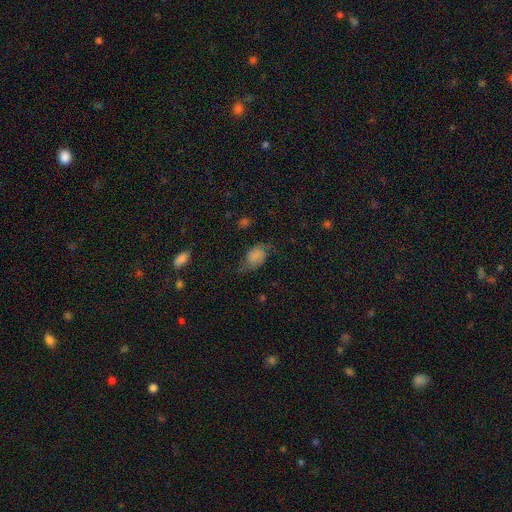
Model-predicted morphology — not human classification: type=smooth (55%); roundness=in between (80%); merging=none (46%).